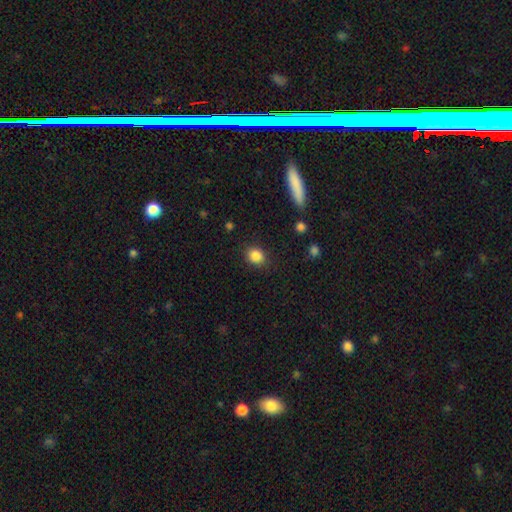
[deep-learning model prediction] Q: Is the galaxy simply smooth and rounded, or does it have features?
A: smooth — 86%.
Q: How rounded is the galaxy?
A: round — 57%.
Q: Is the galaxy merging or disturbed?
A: none — 85%.